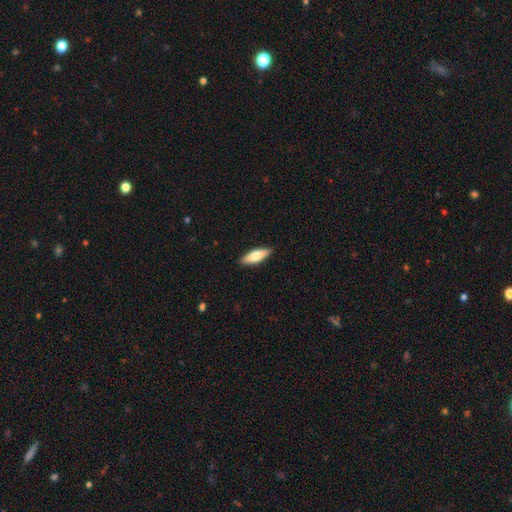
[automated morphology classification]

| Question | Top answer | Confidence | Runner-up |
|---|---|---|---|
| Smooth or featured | smooth | 68% | featured or disk (26%) |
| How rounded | in between | 52% | cigar-shaped (46%) |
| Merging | none | 90% | minor disturbance (7%) |